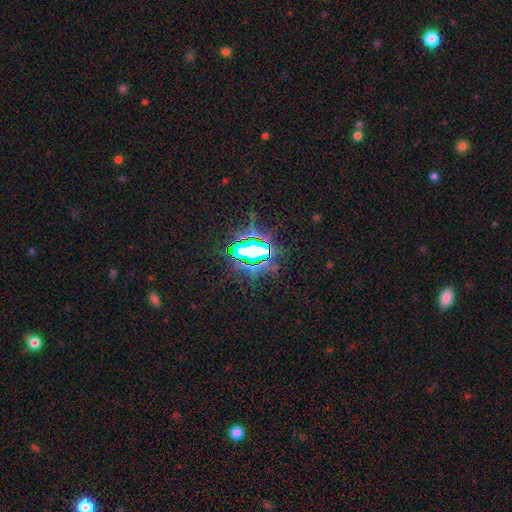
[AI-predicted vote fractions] Smooth or featured?
  - star or artifact: 83% *
  - smooth: 10%
  - featured or disk: 7%